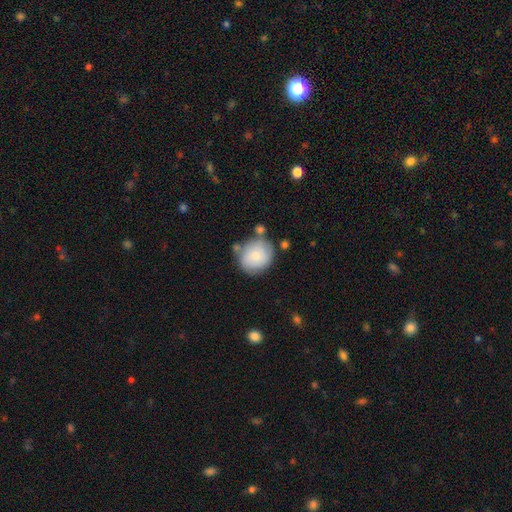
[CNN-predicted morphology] A smooth galaxy with no disk features (72%) that is round (81%). Merging: none (63%).